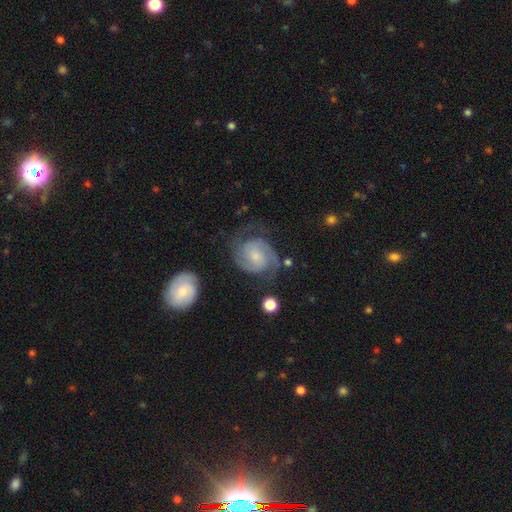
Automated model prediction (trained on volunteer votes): Overall: featured or disk (83%). Edge-on disk: no (98%). Bar: no (57%; weak 35%). Spiral arms: yes (97%). Spiral arm count: 2 (82%). Spiral winding: tight (48%; medium 42%). Bulge size: small (58%; moderate 28%). Merging: none (67%).